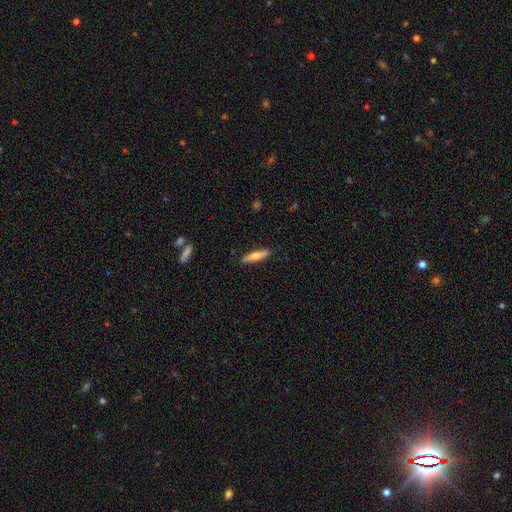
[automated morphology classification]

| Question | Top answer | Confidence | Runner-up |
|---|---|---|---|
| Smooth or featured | smooth | 60% | featured or disk (34%) |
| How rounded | cigar-shaped | 81% | in between (17%) |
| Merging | none | 89% | minor disturbance (8%) |